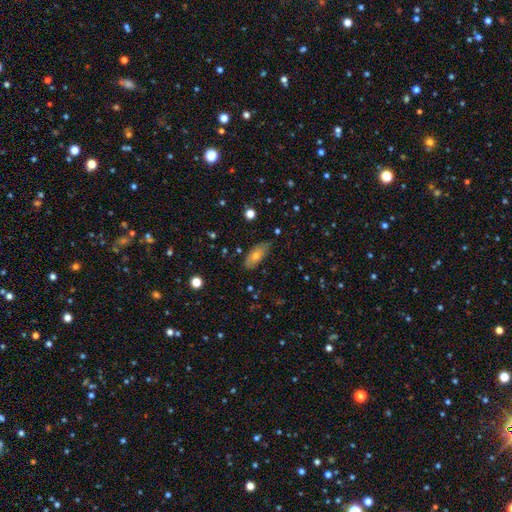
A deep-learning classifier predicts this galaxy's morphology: This is likely a smooth galaxy (61%). How rounded: likely in between (77%). Merging: likely none (76%).